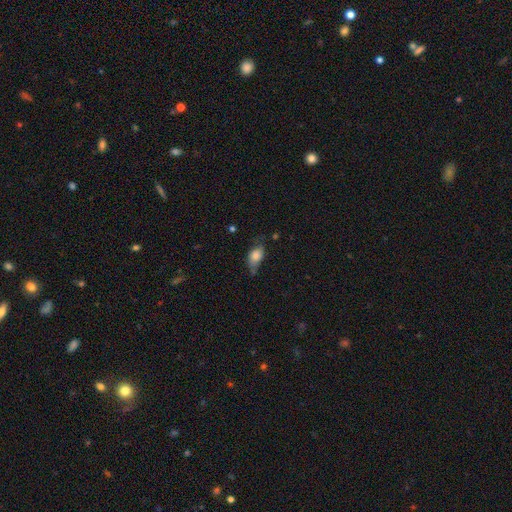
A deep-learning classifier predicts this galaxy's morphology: Smooth or featured: smooth — 76% (featured or disk — 16%)
How rounded: in between — 86% (round — 9%)
Merging: none — 42% (minor disturbance — 38%)